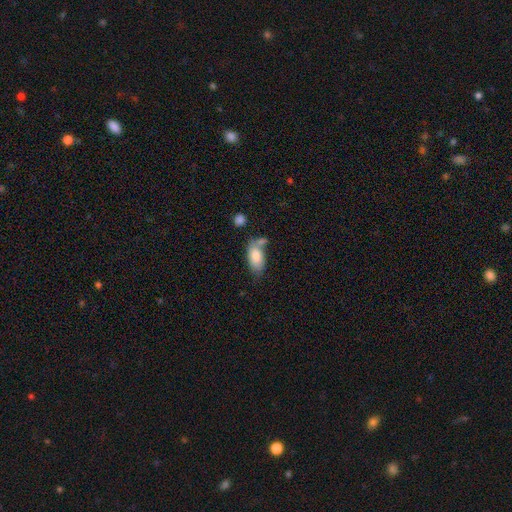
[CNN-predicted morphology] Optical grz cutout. It shows a smooth galaxy with no disk features (82%) that is in between round and cigar-shaped (92%). Merging: none (46%).